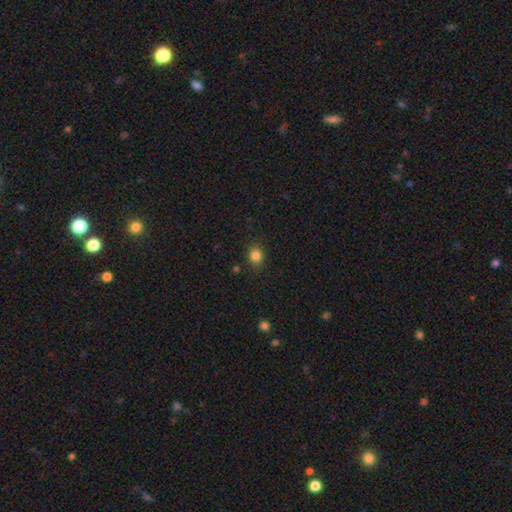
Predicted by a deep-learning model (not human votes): smooth_or_featured: smooth (p=0.82) [alt: star or artifact p=0.13]
how_rounded: round (p=0.68) [alt: in between p=0.31]
merging: none (p=0.86) [alt: minor disturbance p=0.09]